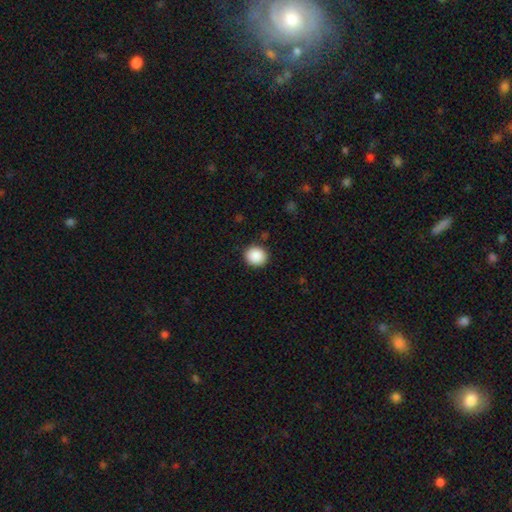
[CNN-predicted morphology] Smooth or featured? Predicted: smooth (p=0.89). How rounded? Predicted: round (p=0.88). Merging? Predicted: none (p=0.90).